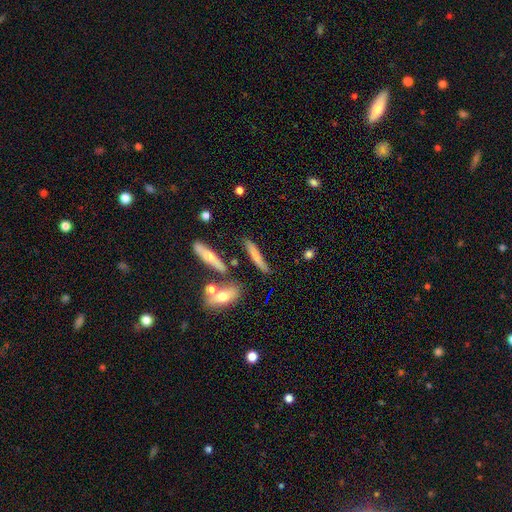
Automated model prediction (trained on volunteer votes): Smooth or featured? smooth (61%)
How rounded? cigar-shaped (85%)
Merging? none (70%)